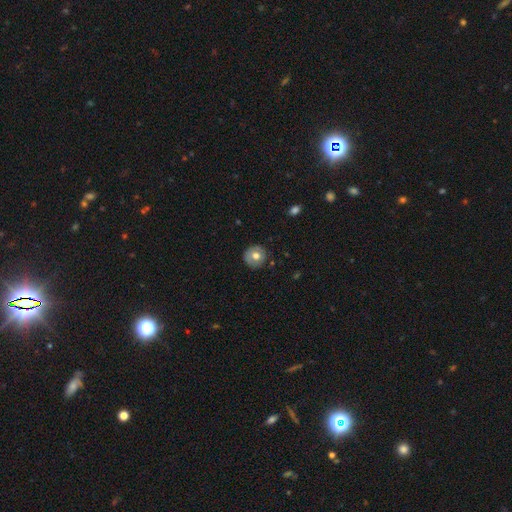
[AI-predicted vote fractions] smooth 67%, featured or disk 24%, star or artifact 8%. Down the decision tree: how rounded — round (92%); merging — none (86%).